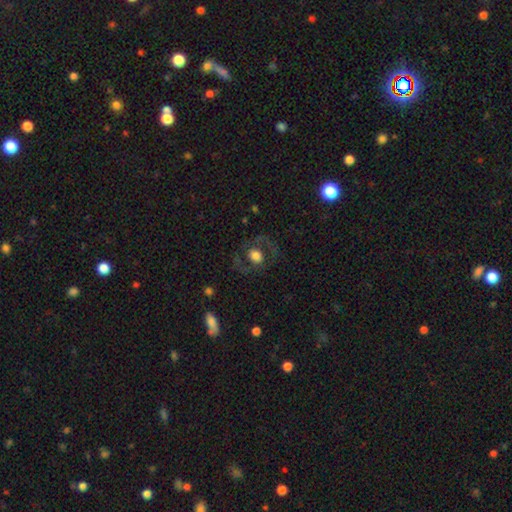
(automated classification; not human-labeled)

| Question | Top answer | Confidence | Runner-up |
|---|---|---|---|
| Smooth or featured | smooth | 48% | featured or disk (43%) |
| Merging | none | 73% | major disturbance (13%) |